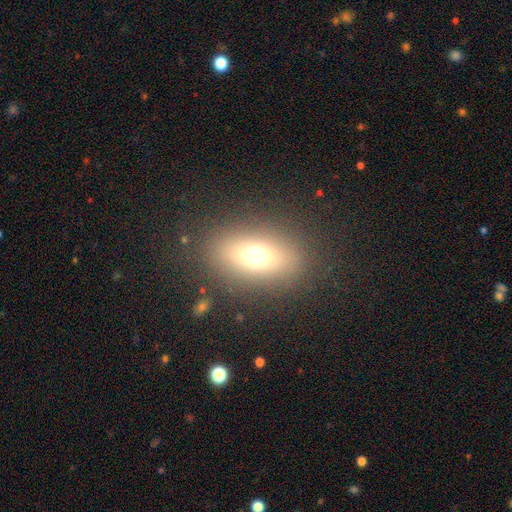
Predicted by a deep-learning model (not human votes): smooth-or-featured: smooth: 67% | featured or disk: 19% | star or artifact: 14%
  how-rounded: in between: 77% | round: 14% | cigar-shaped: 9%
  merging: none: 85% | minor disturbance: 9% | major disturbance: 5% | merger: 2%